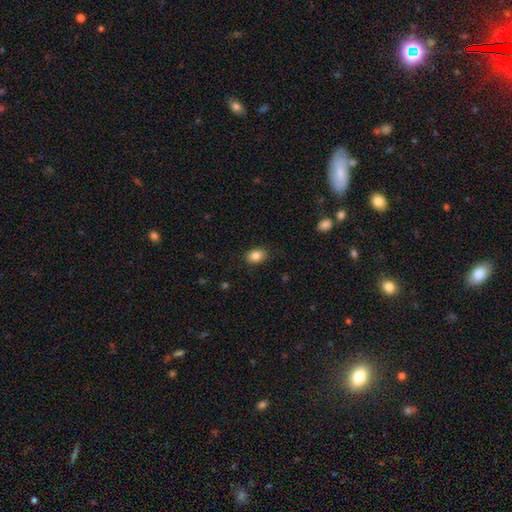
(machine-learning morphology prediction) This appears to be a smooth galaxy with no disk features (84%) that is in between round and cigar-shaped (73%). Merging: none (86%).